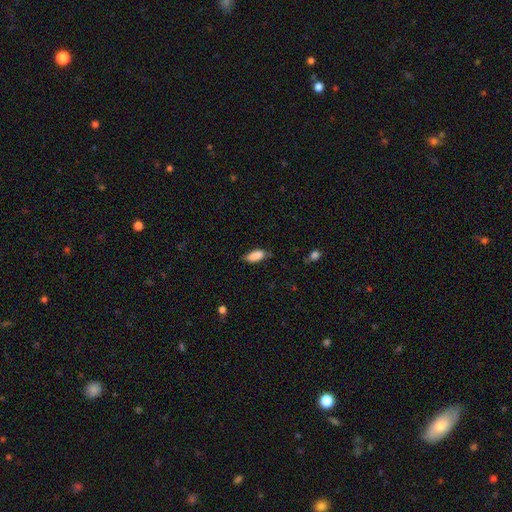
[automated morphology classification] This is clearly a smooth galaxy (87%). How rounded: clearly in between (83%). Merging: likely none (70%).